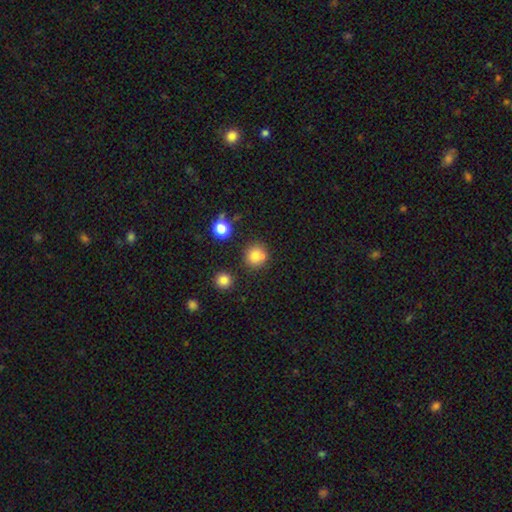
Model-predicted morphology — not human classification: A smooth galaxy with no disk features (78%) that is round (90%). Merging: none (71%).